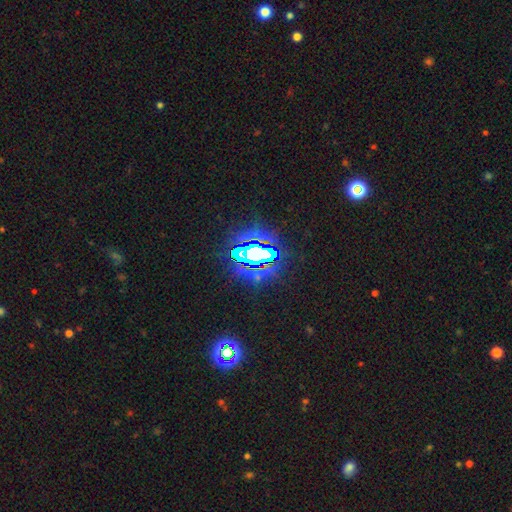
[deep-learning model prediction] The model was most divided on "smooth or featured": star or artifact: 68%, smooth: 17%, featured or disk: 15%.